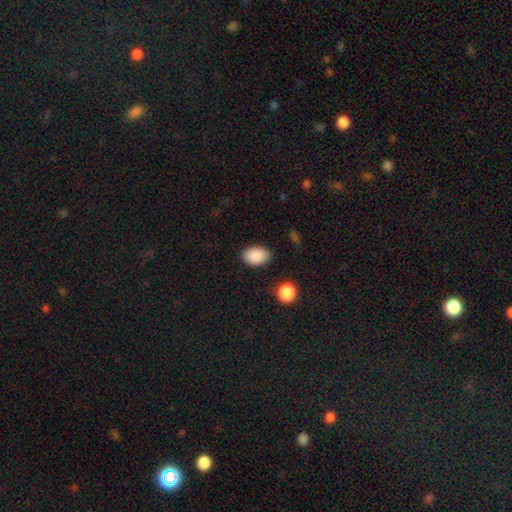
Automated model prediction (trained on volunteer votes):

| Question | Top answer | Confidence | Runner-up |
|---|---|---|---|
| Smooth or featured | smooth | 89% | star or artifact (8%) |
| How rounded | in between | 83% | round (16%) |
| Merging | none | 84% | minor disturbance (11%) |